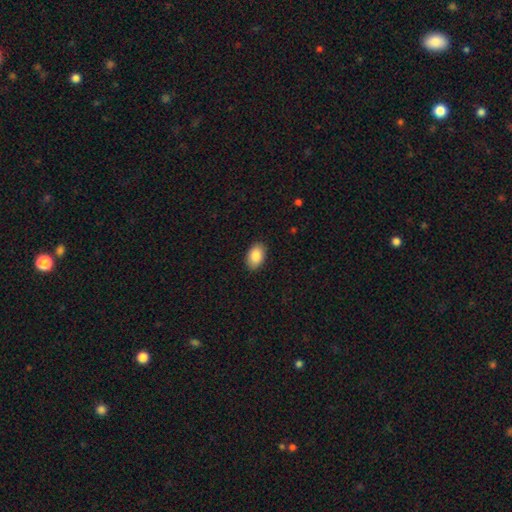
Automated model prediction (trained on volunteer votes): The model was most divided on "smooth or featured": smooth: 87%, star or artifact: 7%, featured or disk: 7%. More confident: how rounded — in between (91%); merging — none (89%).